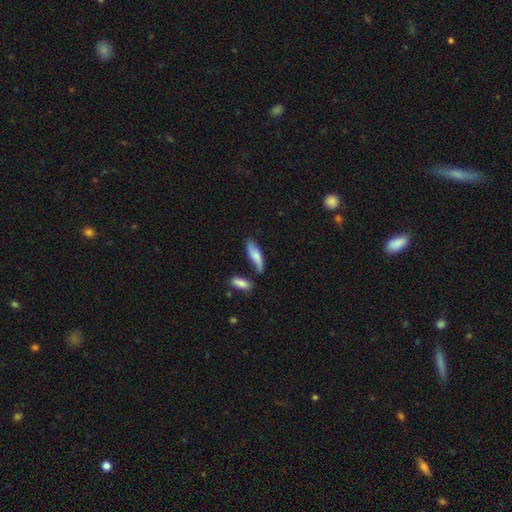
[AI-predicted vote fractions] This appears to be a smooth galaxy with no disk features (70%) that is in between round and cigar-shaped (51%). Merging: none (57%).